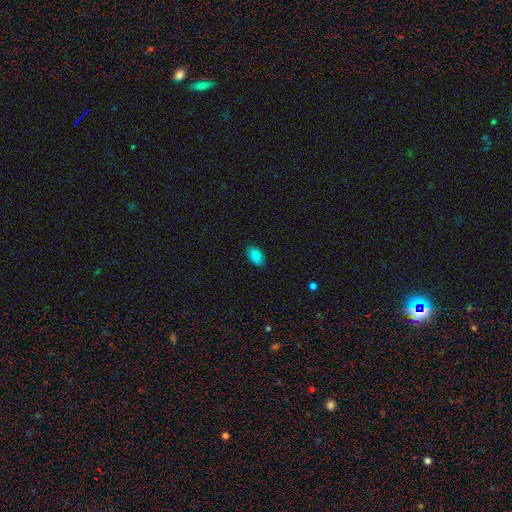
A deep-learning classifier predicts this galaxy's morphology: Smooth or featured: smooth — 86% (star or artifact — 8%)
How rounded: in between — 92% (round — 6%)
Merging: none — 88% (minor disturbance — 9%)